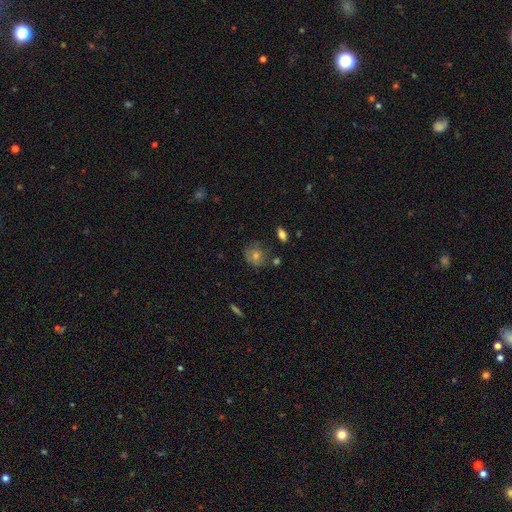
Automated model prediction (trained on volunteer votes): A smooth galaxy with no disk features (52%) that is round (74%).

Vote fractions:
- Smooth or featured? smooth: 52% / featured or disk: 30% / star or artifact: 18%
- How rounded? round: 74% / in between: 25% / cigar-shaped: 1%
- Merging? none: 71% / minor disturbance: 18% / major disturbance: 6% / merger: 4%